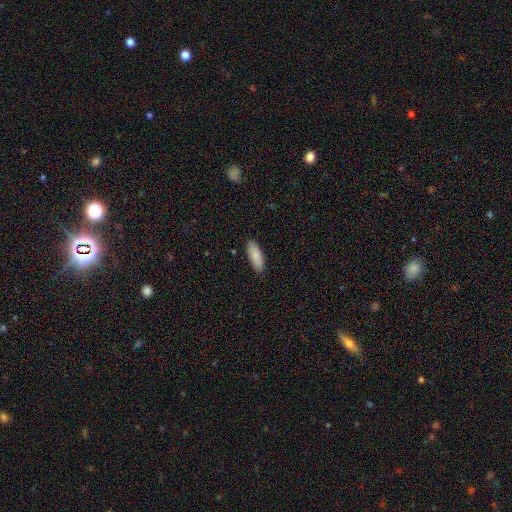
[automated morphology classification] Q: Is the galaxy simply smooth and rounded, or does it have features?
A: smooth — 85%.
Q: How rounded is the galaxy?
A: in between — 66%.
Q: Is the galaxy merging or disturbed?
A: none — 88%.